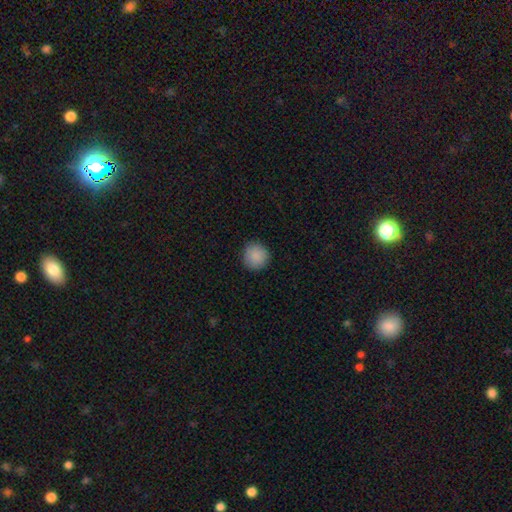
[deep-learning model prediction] A smooth galaxy with no disk features (89%) that is round (94%). Merging: none (90%).